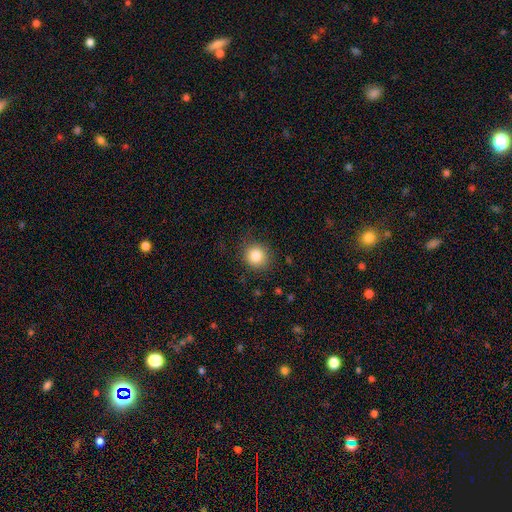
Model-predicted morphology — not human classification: Smooth or featured?
  - smooth: 85% *
  - star or artifact: 10%
  - featured or disk: 5%
How rounded?
  - round: 89% *
  - in between: 10%
  - cigar-shaped: 1%
Merging?
  - none: 85% *
  - minor disturbance: 10%
  - major disturbance: 4%
  - merger: 1%